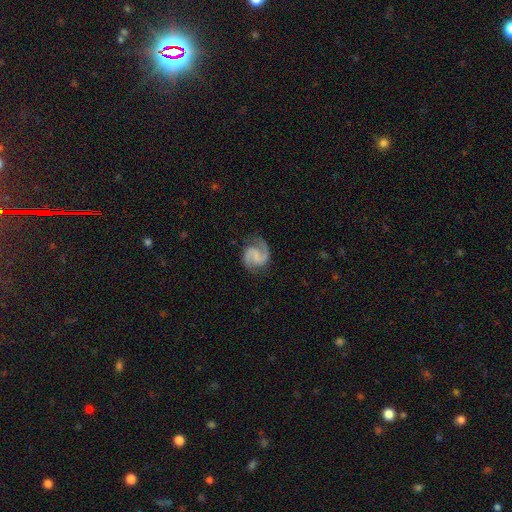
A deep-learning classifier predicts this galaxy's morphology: This is clearly a featured or disk galaxy (89%). It is clearly not viewed edge-on (98%). Bar: marginally no (44%). Spiral arm pattern: clearly yes (98%). Spiral arm count: clearly 2 (93%). Spiral winding: possibly medium (58%). Central bulge: likely none (60%). Merging: clearly none (81%).